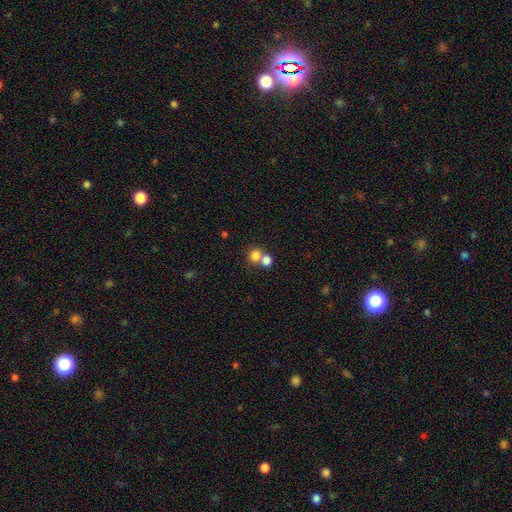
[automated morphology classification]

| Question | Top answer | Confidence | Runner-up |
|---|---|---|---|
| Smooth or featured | smooth | 79% | star or artifact (12%) |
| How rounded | round | 72% | in between (27%) |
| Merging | merger | 49% | none (41%) |